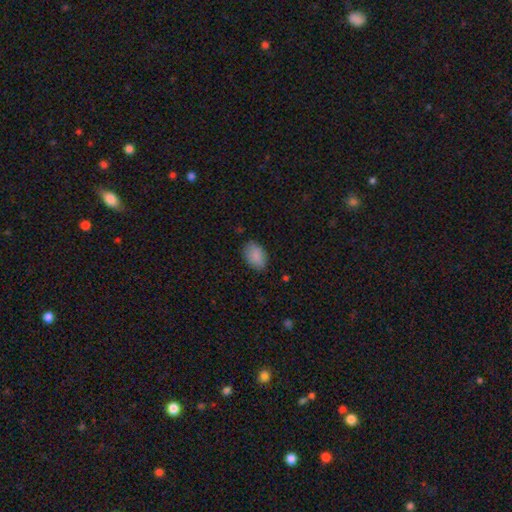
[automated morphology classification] Smooth or featured? Predicted: smooth (p=0.87). How rounded? Predicted: in between (p=0.89). Merging? Predicted: none (p=0.81).